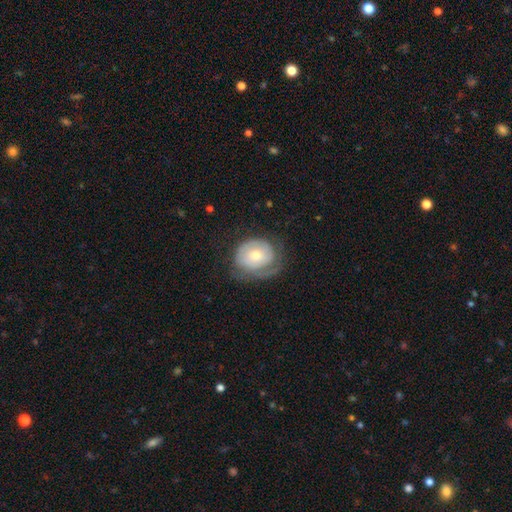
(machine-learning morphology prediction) Smooth or featured?
  - featured or disk: 54% *
  - smooth: 39%
  - star or artifact: 6%
Edge-on disk?
  - no: 96% *
  - yes: 4%
Bar?
  - no: 76% *
  - weak: 20%
  - strong: 4%
Spiral arms?
  - yes: 71% *
  - no: 29%
Bulge size?
  - moderate: 53% *
  - small: 40%
  - large: 4%
  - none: 1%
  - dominant: 1%
Merging?
  - none: 49% *
  - minor disturbance: 28%
  - major disturbance: 22%
  - merger: 1%